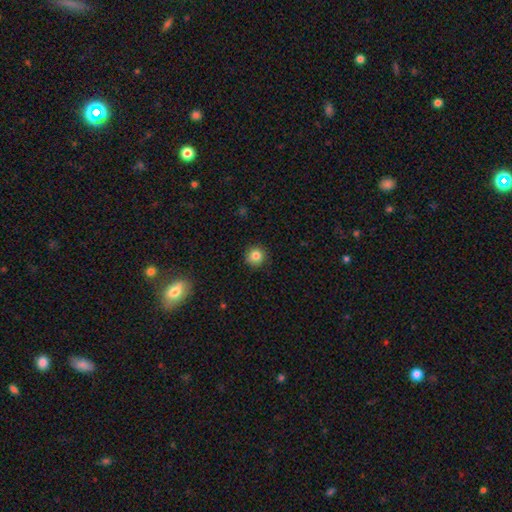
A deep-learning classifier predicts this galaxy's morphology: smooth 84%, star or artifact 11%, featured or disk 6%. Down the decision tree: how rounded — round (95%); merging — none (91%).